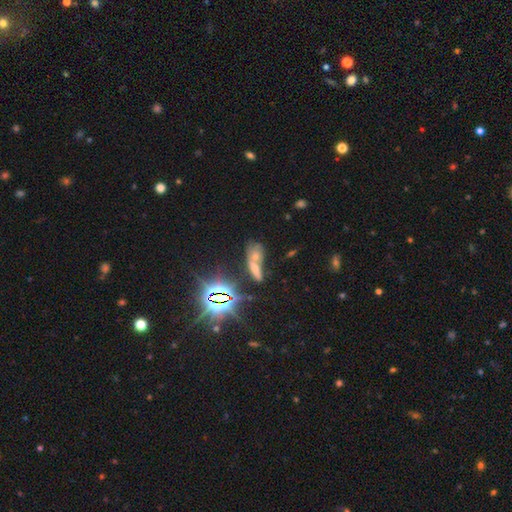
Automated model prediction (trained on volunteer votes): Smooth or featured? star or artifact (40%, tied with smooth)